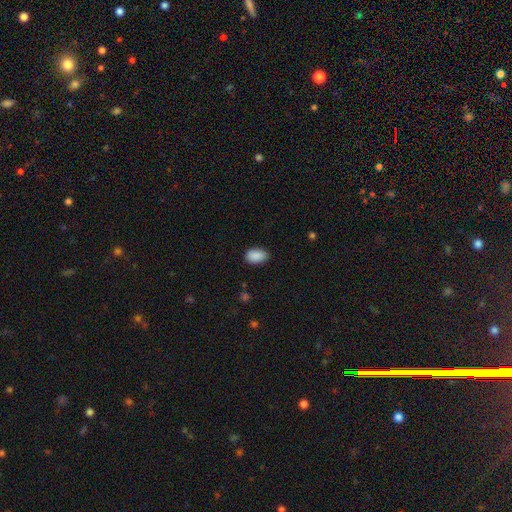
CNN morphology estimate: smooth_or_featured: smooth (p=0.89) [alt: star or artifact p=0.07]
how_rounded: in between (p=0.91) [alt: round p=0.08]
merging: none (p=0.80) [alt: minor disturbance p=0.17]